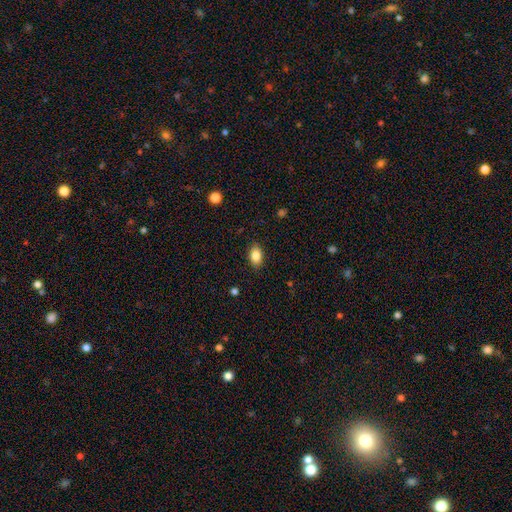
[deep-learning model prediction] Smooth or featured?
  - smooth: 85% *
  - star or artifact: 8%
  - featured or disk: 6%
How rounded?
  - in between: 87% *
  - round: 11%
  - cigar-shaped: 2%
Merging?
  - none: 87% *
  - minor disturbance: 10%
  - major disturbance: 2%
  - merger: 1%